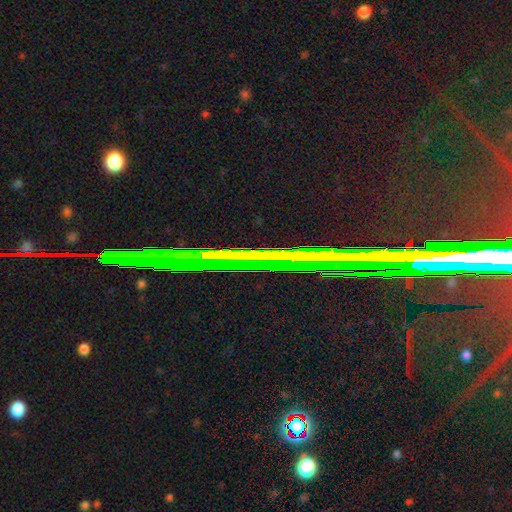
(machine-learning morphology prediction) Smooth or featured: star or artifact — 77% (featured or disk — 15%)